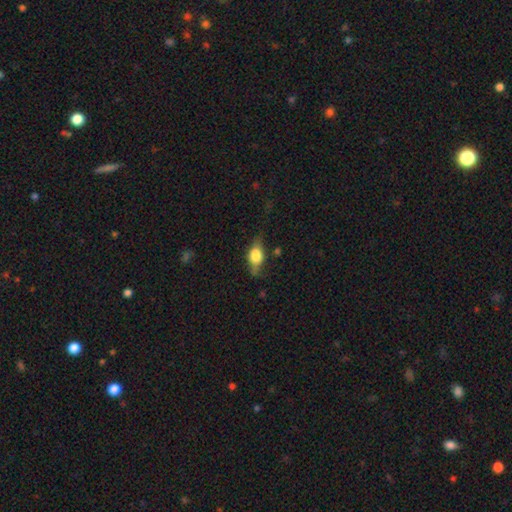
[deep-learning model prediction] Q: Smooth or featured?
A: smooth (62%); runner-up: featured or disk (29%)
Q: How rounded?
A: in between (76%); runner-up: round (15%)
Q: Merging?
A: none (58%); runner-up: minor disturbance (28%)